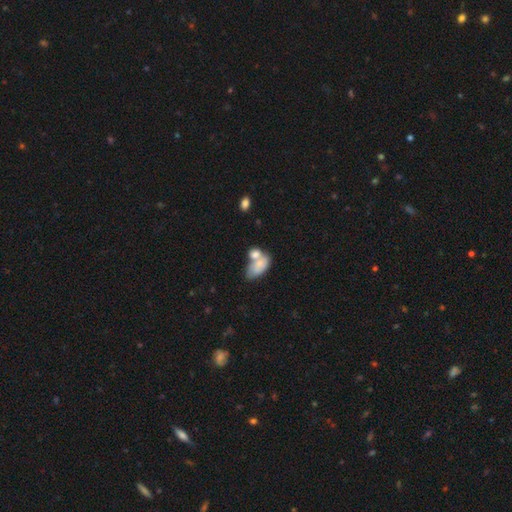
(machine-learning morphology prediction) Smooth or featured? smooth (73%)
How rounded? in between (83%)
Merging? merger (55%)